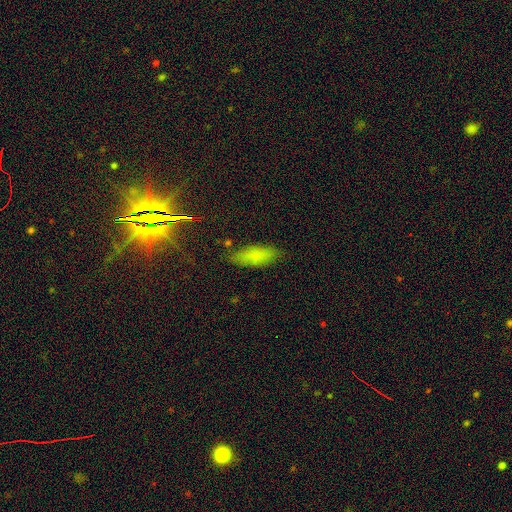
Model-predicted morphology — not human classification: A smooth galaxy with no disk features (74%) that is in between round and cigar-shaped (71%).

Vote fractions:
- Smooth or featured? smooth: 74% / featured or disk: 15% / star or artifact: 11%
- How rounded? in between: 71% / cigar-shaped: 26% / round: 3%
- Merging? none: 81% / minor disturbance: 14% / major disturbance: 3% / merger: 2%